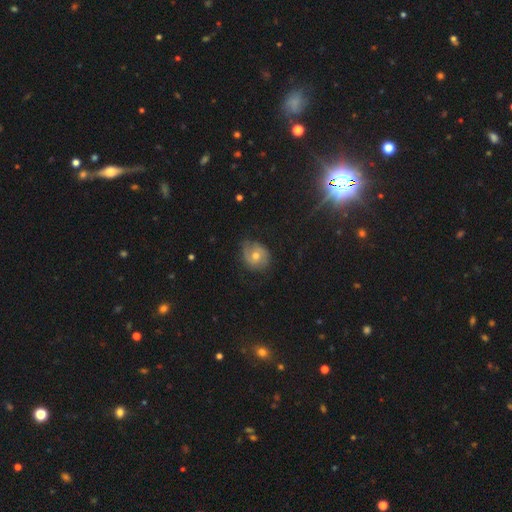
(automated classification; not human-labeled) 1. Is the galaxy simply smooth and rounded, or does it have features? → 57% featured or disk, 34% smooth, 9% star or artifact.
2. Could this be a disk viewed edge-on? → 96% no, 4% yes.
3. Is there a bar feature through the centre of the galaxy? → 66% no, 28% weak, 6% strong.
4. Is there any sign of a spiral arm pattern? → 82% yes, 18% no.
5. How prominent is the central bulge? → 72% moderate, 22% small, 4% large, 1% none, 1% dominant.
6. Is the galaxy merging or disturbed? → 67% none, 24% minor disturbance, 8% major disturbance, 1% merger.